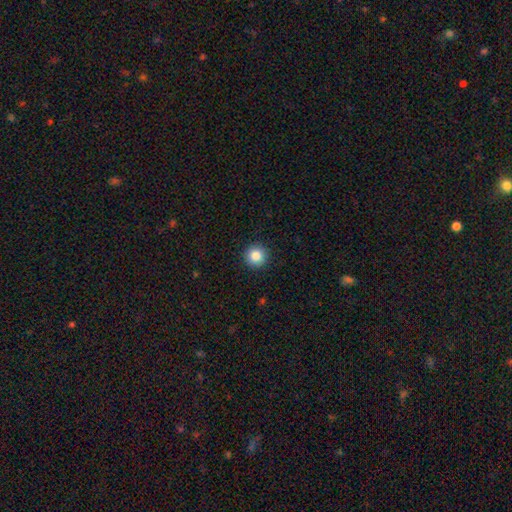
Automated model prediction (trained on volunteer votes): Overall: smooth (85%). How rounded: round (95%). Merging: none (93%).